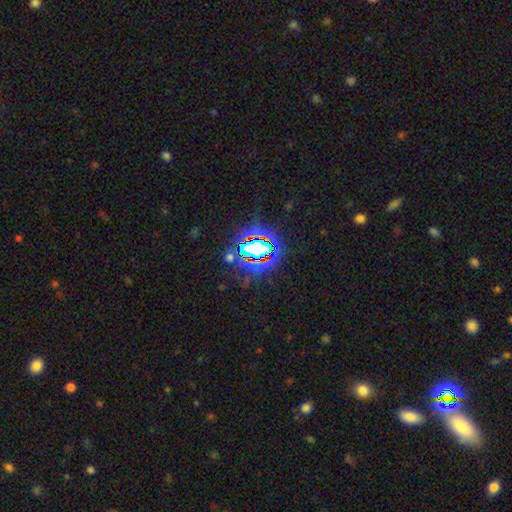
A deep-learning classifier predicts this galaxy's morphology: Smooth or featured?
  - star or artifact: 75% *
  - smooth: 14%
  - featured or disk: 11%